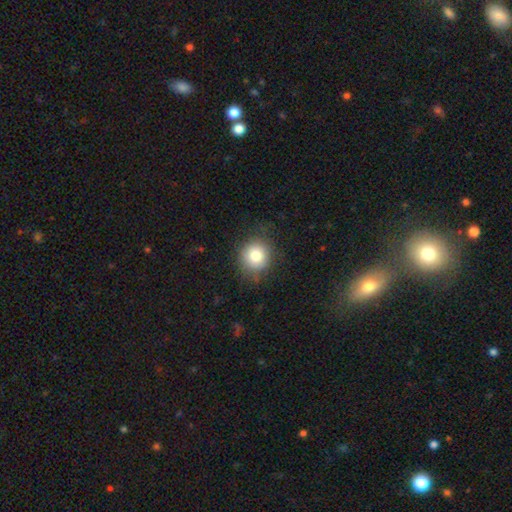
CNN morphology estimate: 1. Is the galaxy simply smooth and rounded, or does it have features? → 79% smooth, 11% featured or disk, 10% star or artifact.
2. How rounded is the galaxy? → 88% round, 11% in between, 1% cigar-shaped.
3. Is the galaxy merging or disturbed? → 77% none, 16% minor disturbance, 5% major disturbance, 1% merger.